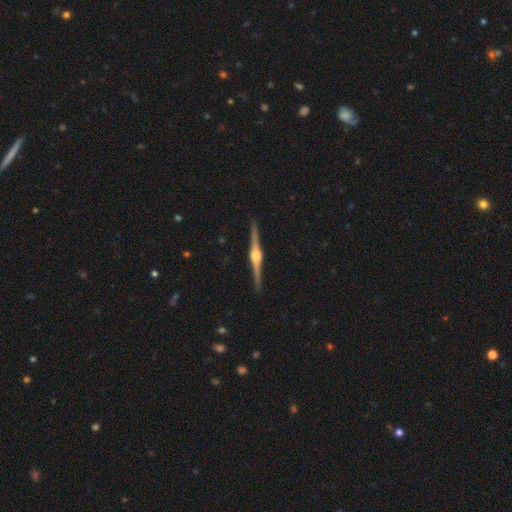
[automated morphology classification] Smooth or featured: featured or disk — 89% (smooth — 6%)
Edge-on disk: yes — 99% (no — 1%)
Edge-on bulge: rounded — 91% (boxy — 8%)
Merging: none — 92% (minor disturbance — 5%)